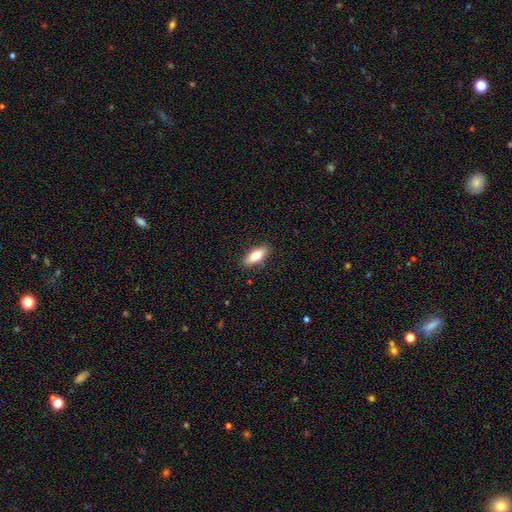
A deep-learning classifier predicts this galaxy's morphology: Smooth or featured?
  - smooth: 76% *
  - featured or disk: 17%
  - star or artifact: 7%
How rounded?
  - in between: 74% *
  - cigar-shaped: 23%
  - round: 3%
Merging?
  - none: 87% *
  - minor disturbance: 9%
  - major disturbance: 2%
  - merger: 1%